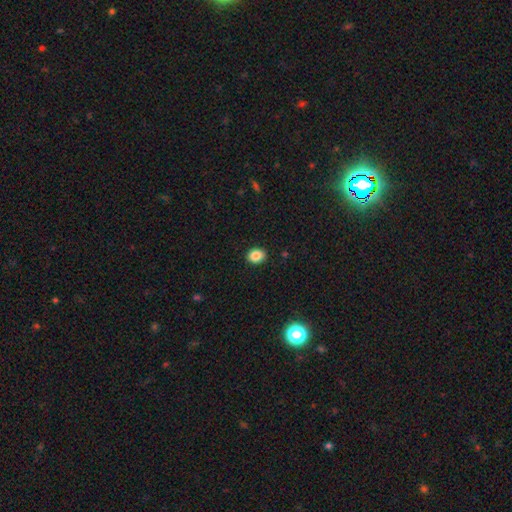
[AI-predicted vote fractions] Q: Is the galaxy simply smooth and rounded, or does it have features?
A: smooth — 87%.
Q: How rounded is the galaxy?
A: round — 50%.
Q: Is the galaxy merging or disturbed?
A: none — 90%.